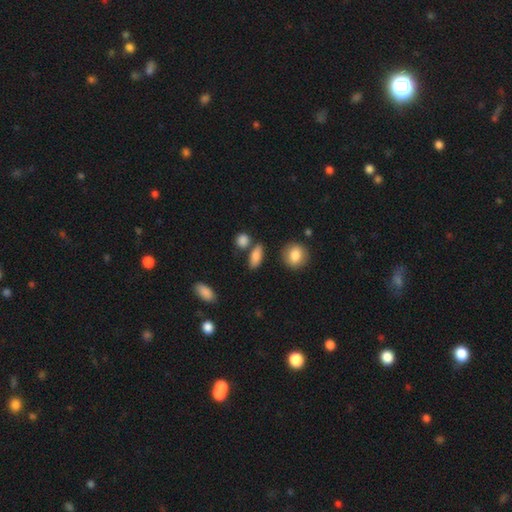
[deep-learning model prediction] A smooth galaxy with no disk features (84%) that is in between round and cigar-shaped (68%). Merging: none (73%).